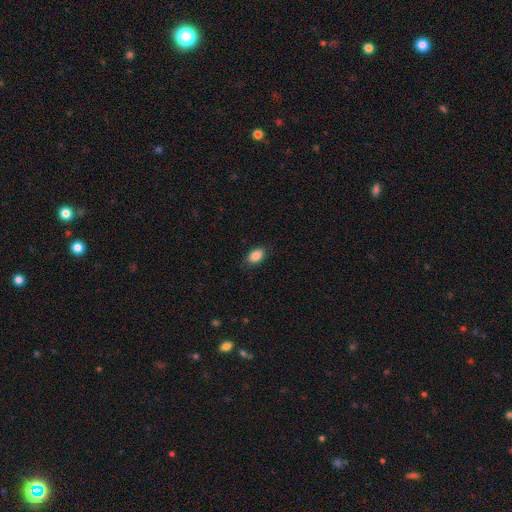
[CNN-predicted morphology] A smooth galaxy with no disk features (88%) that is in between round and cigar-shaped (88%).

Vote fractions:
- Smooth or featured? smooth: 88% / star or artifact: 8% / featured or disk: 4%
- How rounded? in between: 88% / round: 11% / cigar-shaped: 2%
- Merging? none: 85% / minor disturbance: 12% / major disturbance: 3% / merger: 1%